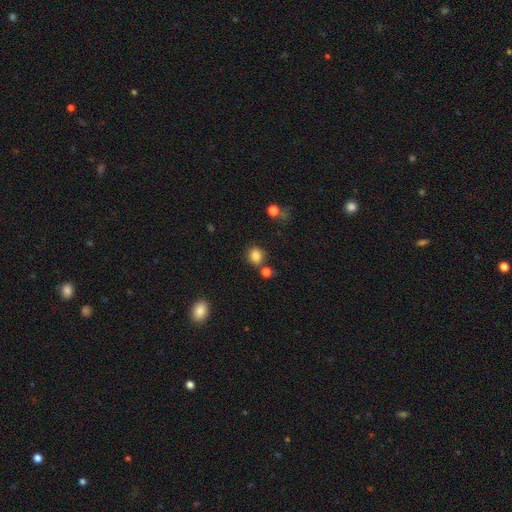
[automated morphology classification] The model was most divided on "how rounded": round: 66%, in between: 33%, cigar-shaped: 1%. More confident: smooth or featured — smooth (83%); merging — none (71%).